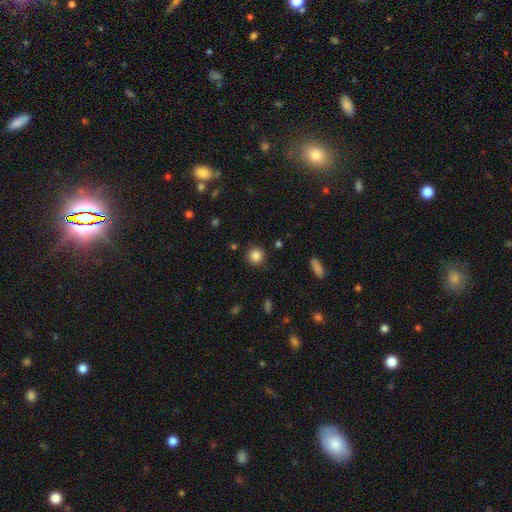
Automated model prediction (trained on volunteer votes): Smooth or featured? Predicted: smooth (p=0.85). How rounded? Predicted: round (p=0.92). Merging? Predicted: none (p=0.89).